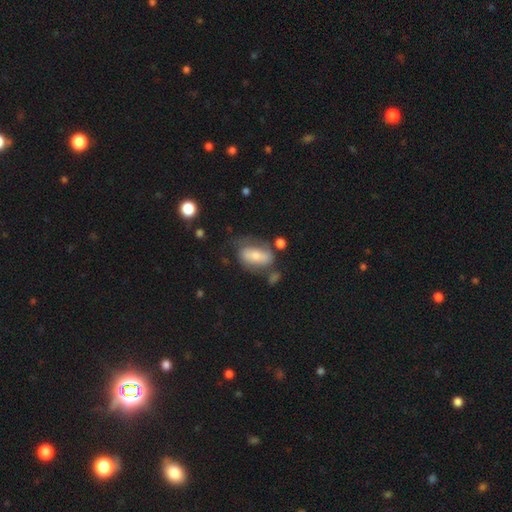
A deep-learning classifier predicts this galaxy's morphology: This appears to be a smooth galaxy with no disk features (57%) that is in between round and cigar-shaped (88%). Merging: none (44%).